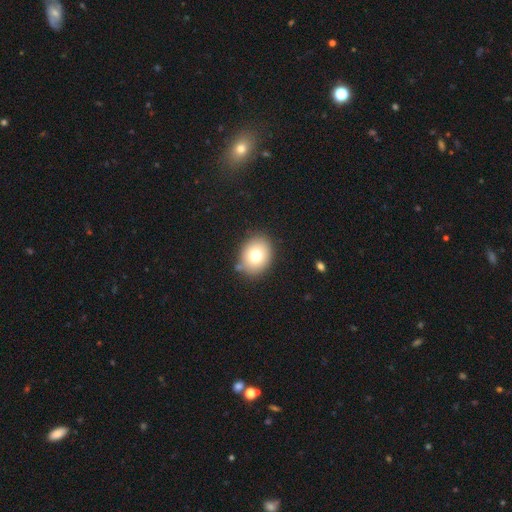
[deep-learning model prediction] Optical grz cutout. It shows a smooth galaxy with no disk features (75%) that is round (52%). Merging: none (82%).